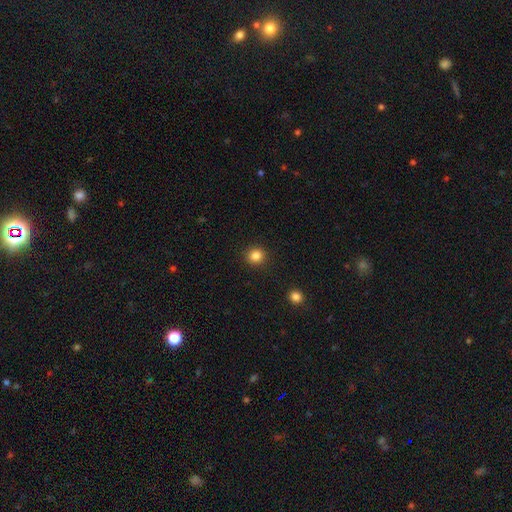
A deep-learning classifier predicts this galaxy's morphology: This appears to be a smooth galaxy with no disk features (84%) that is round (91%). Merging: none (92%).